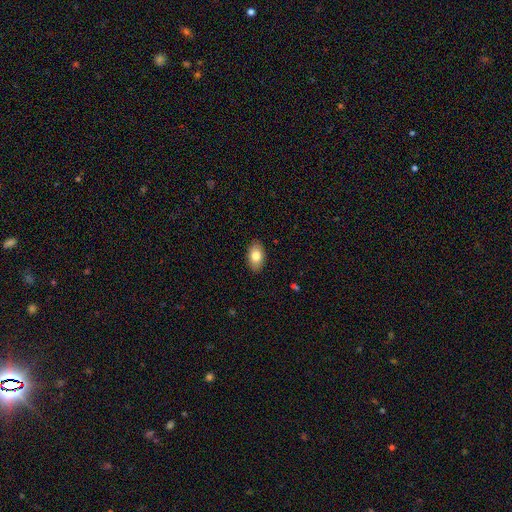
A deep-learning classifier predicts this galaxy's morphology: Smooth or featured?
  - smooth: 81% *
  - featured or disk: 12%
  - star or artifact: 7%
How rounded?
  - in between: 91% *
  - round: 8%
  - cigar-shaped: 2%
Merging?
  - none: 88% *
  - minor disturbance: 9%
  - major disturbance: 2%
  - merger: 1%